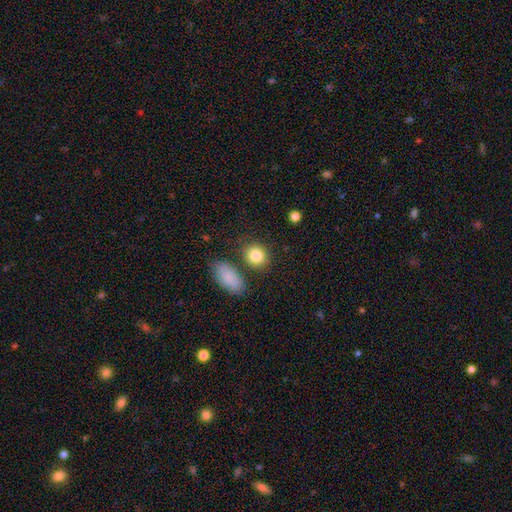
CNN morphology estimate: The model was most divided on "how rounded": round: 64%, in between: 34%, cigar-shaped: 2%. More confident: smooth or featured — smooth (86%); merging — none (76%).